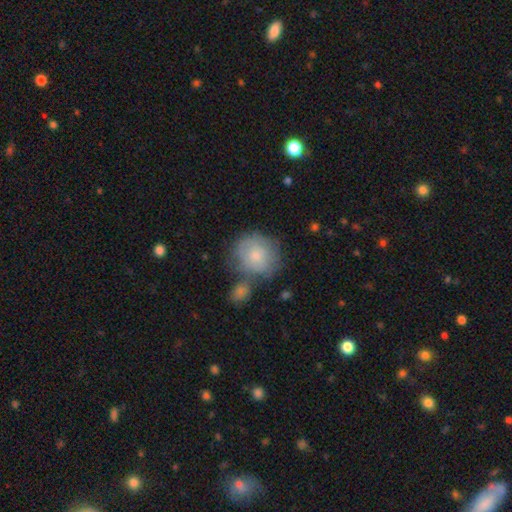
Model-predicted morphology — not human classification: Smooth or featured?
  - smooth: 69% *
  - featured or disk: 24%
  - star or artifact: 7%
How rounded?
  - round: 86% *
  - in between: 13%
  - cigar-shaped: 1%
Merging?
  - none: 54% *
  - minor disturbance: 20%
  - merger: 18%
  - major disturbance: 8%